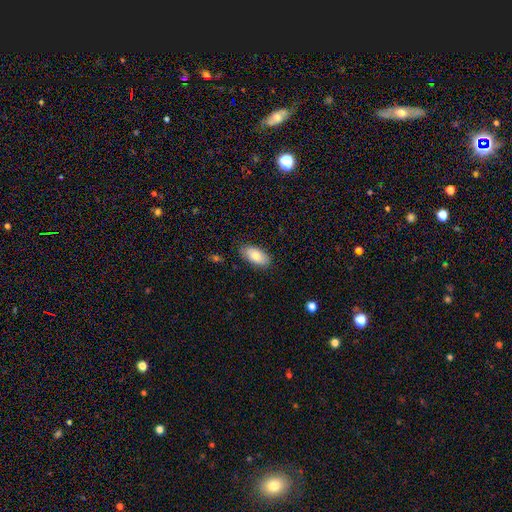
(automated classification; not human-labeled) Overall: smooth (83%). How rounded: in between (93%). Merging: none (83%).